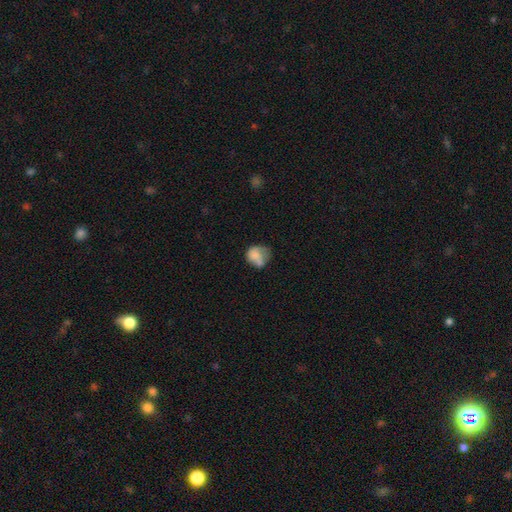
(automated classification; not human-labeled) Overall: smooth (69%). How rounded: round (61%; in between 38%). Merging: none (34%; minor disturbance 29%).